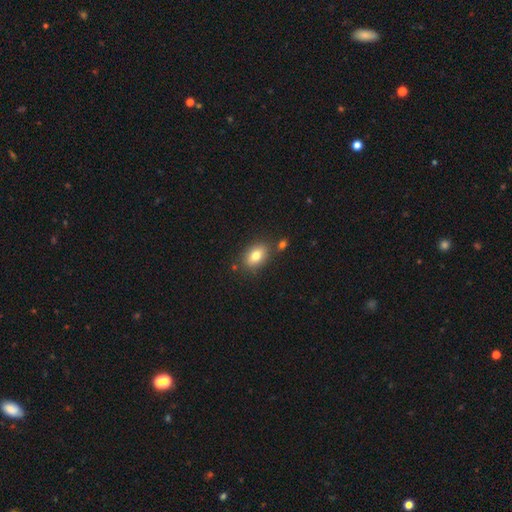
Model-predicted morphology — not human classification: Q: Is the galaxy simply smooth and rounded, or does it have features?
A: smooth — 78%.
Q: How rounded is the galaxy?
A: in between — 82%.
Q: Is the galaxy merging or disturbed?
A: none — 77%.